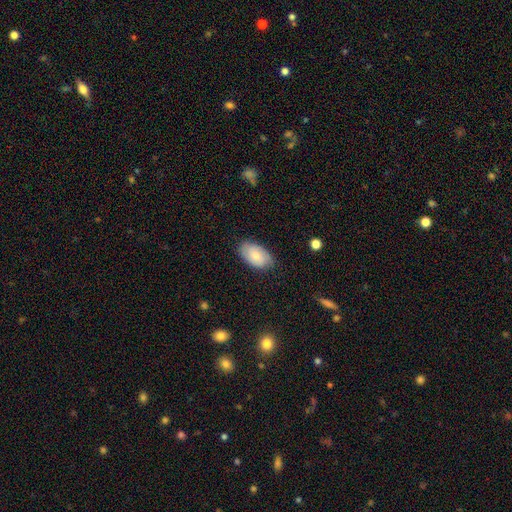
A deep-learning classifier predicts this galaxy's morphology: Smooth or featured? Predicted: smooth (p=0.64). How rounded? Predicted: in between (p=0.93). Merging? Predicted: none (p=0.77).